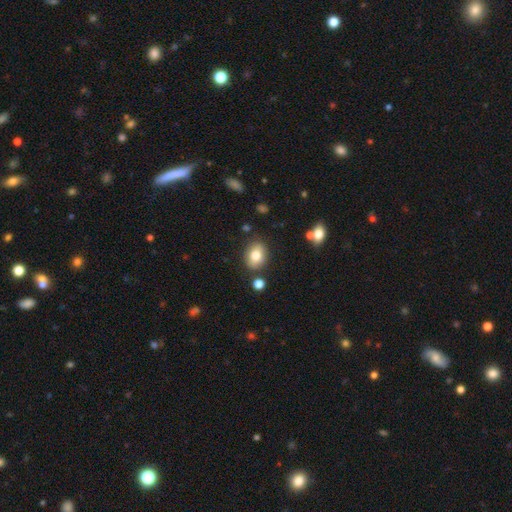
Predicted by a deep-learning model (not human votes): A smooth galaxy with no disk features (77%) that is in between round and cigar-shaped (66%).

Vote fractions:
- Smooth or featured? smooth: 77% / featured or disk: 14% / star or artifact: 9%
- How rounded? in between: 66% / round: 33% / cigar-shaped: 1%
- Merging? none: 81% / minor disturbance: 12% / merger: 4% / major disturbance: 3%